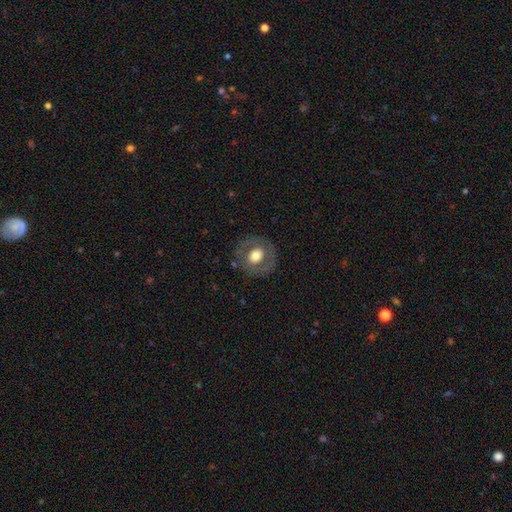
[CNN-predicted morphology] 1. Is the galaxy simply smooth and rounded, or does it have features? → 52% smooth, 40% featured or disk, 7% star or artifact.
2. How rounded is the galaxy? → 82% round, 17% in between, 1% cigar-shaped.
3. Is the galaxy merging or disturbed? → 80% none, 12% minor disturbance, 7% major disturbance, 1% merger.